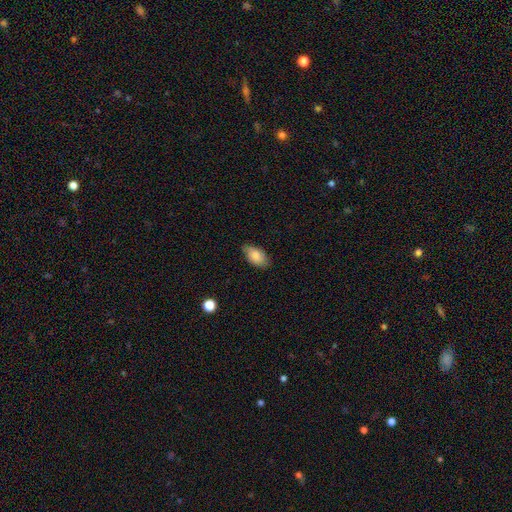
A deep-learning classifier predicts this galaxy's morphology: Smooth or featured: smooth — 81% (featured or disk — 12%)
How rounded: in between — 93% (round — 4%)
Merging: none — 76% (minor disturbance — 19%)